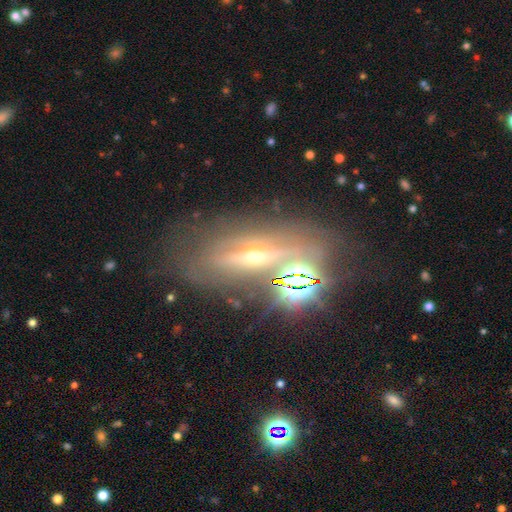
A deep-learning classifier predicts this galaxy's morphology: Q: Smooth or featured?
A: featured or disk (61%); runner-up: star or artifact (22%)
Q: Edge-on disk?
A: yes (67%); runner-up: no (33%)
Q: Merging?
A: none (62%); runner-up: minor disturbance (19%)